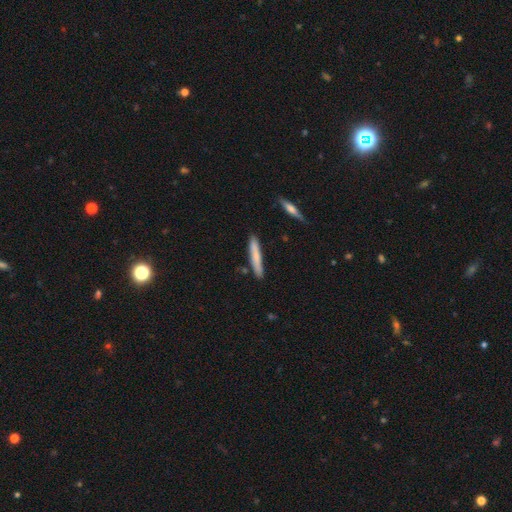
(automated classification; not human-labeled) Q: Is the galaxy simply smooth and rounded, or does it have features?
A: smooth — 72%.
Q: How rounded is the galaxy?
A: cigar-shaped — 93%.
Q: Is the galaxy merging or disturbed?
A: none — 85%.